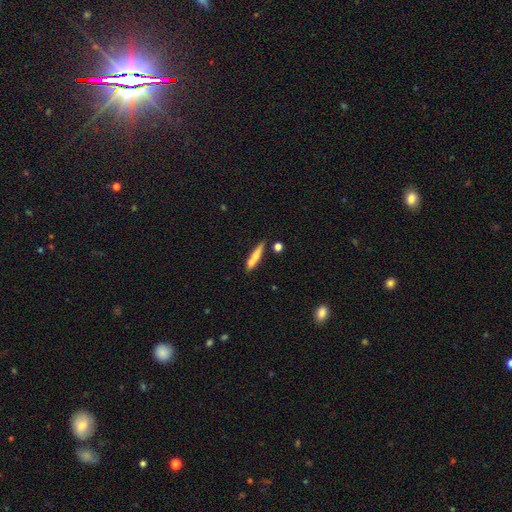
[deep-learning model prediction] smooth 59%, featured or disk 34%, star or artifact 7%. Down the decision tree: how rounded — cigar-shaped (84%); merging — none (59%).